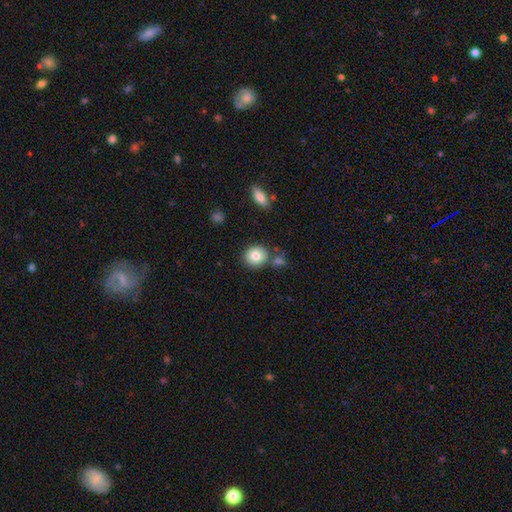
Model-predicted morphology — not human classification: The model was most divided on "merging": none: 76%, merger: 11%, minor disturbance: 11%, major disturbance: 3%. More confident: smooth or featured — smooth (82%); how rounded — round (82%).